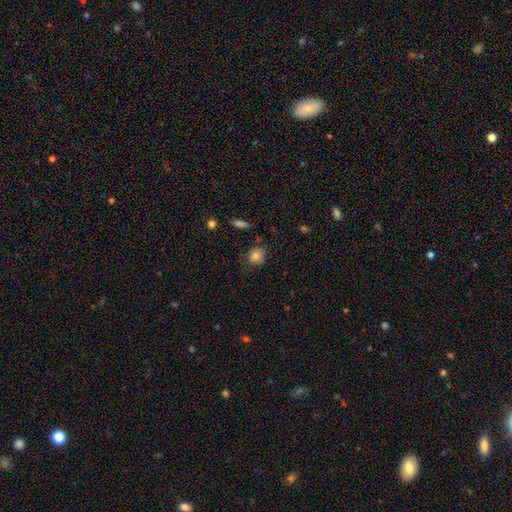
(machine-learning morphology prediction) A smooth galaxy with no disk features (84%) that is round (81%). Merging: none (76%).